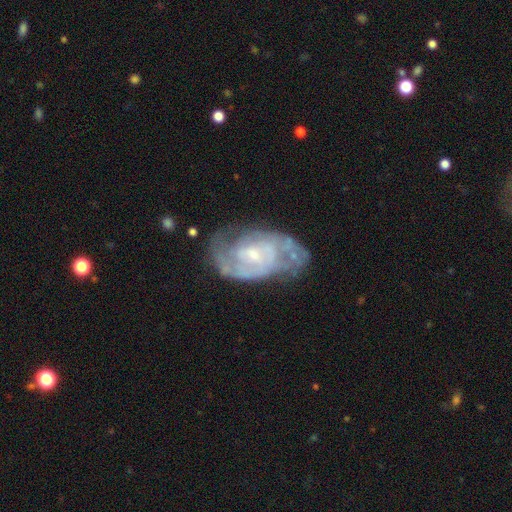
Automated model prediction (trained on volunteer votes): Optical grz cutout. It shows a featured or disk galaxy (81%) with no bar (54%), 2 (46%) tight (48%) spiral arms (86%) and a small central bulge (66%). Merging: none (56%).